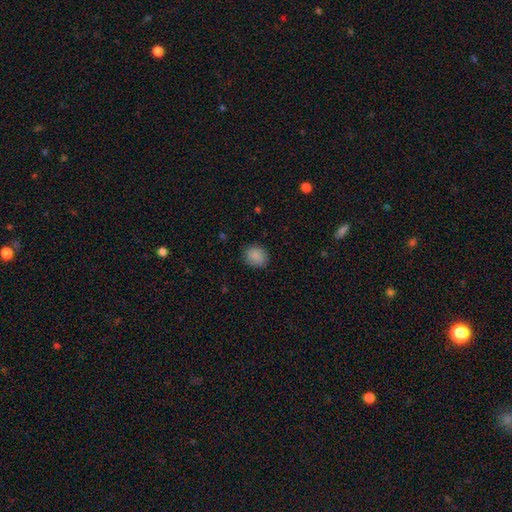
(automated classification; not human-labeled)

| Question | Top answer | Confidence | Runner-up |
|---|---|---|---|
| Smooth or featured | smooth | 87% | star or artifact (9%) |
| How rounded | round | 70% | in between (29%) |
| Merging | none | 85% | minor disturbance (11%) |